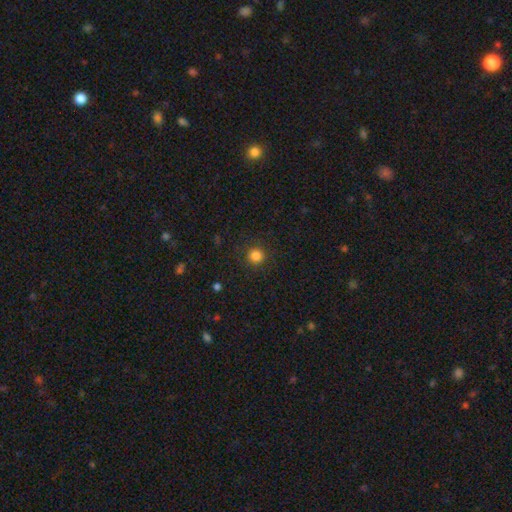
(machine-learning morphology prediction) smooth-or-featured: smooth: 83% | star or artifact: 13% | featured or disk: 4%
  how-rounded: round: 95% | in between: 4% | cigar-shaped: 1%
  merging: none: 90% | minor disturbance: 6% | major disturbance: 3% | merger: 1%